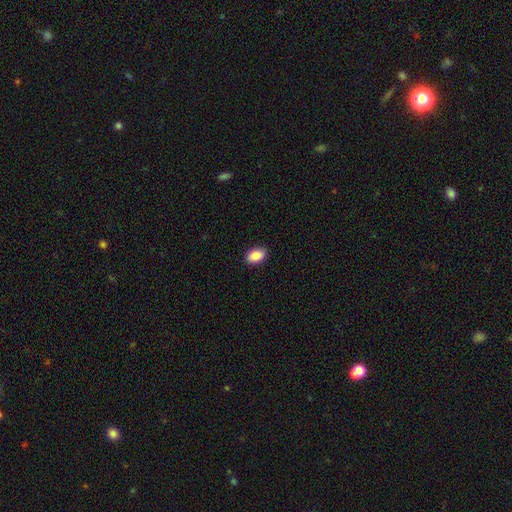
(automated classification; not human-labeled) Smooth or featured?
  - smooth: 89% *
  - star or artifact: 7%
  - featured or disk: 4%
How rounded?
  - in between: 90% *
  - round: 8%
  - cigar-shaped: 2%
Merging?
  - none: 89% *
  - minor disturbance: 8%
  - major disturbance: 2%
  - merger: 1%